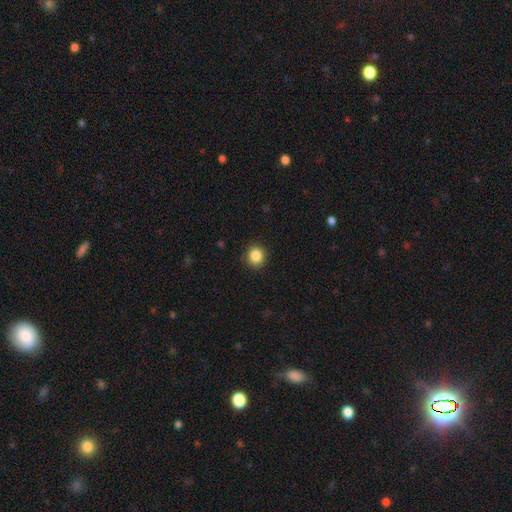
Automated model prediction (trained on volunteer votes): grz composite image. It shows a smooth galaxy with no disk features (86%) that is round (87%). Merging: none (90%).